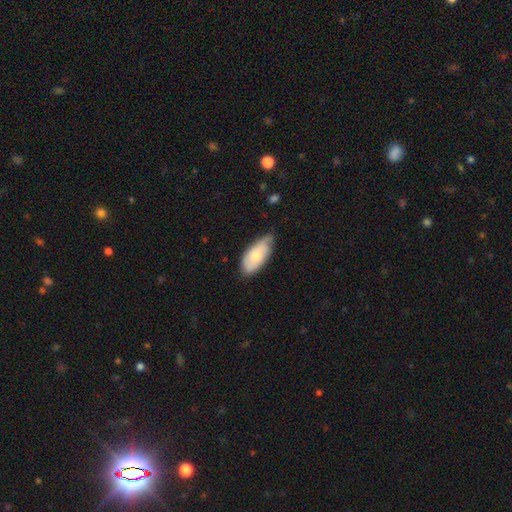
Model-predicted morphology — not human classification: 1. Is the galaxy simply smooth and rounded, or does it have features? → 66% smooth, 28% featured or disk, 6% star or artifact.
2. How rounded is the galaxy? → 90% in between, 7% cigar-shaped, 2% round.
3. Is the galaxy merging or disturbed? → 56% none, 37% minor disturbance, 6% major disturbance, 2% merger.